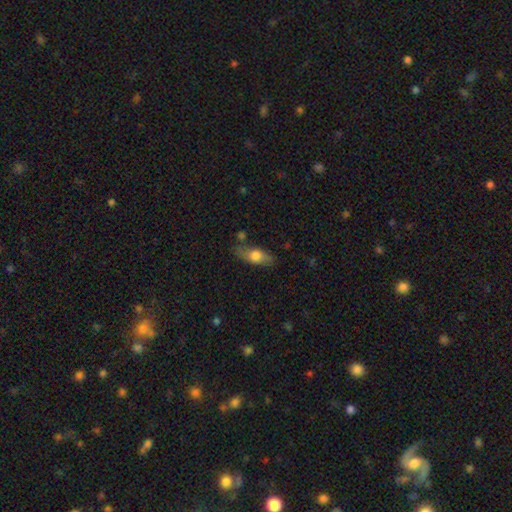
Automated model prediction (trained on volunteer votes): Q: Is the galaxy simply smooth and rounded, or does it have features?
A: smooth — 64%.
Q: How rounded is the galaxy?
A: in between — 71%.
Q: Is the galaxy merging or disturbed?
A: none — 70%.